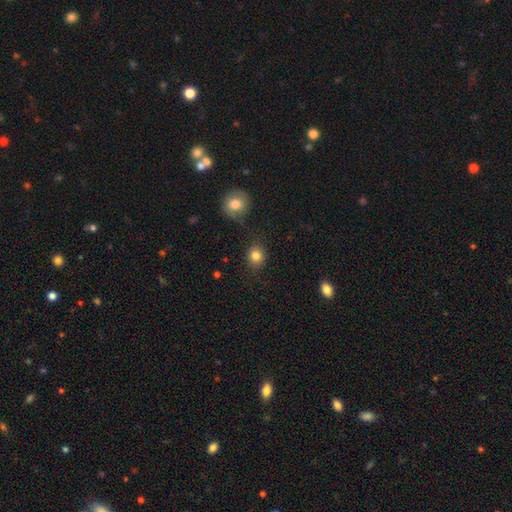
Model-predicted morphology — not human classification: This appears to be a smooth galaxy with no disk features (83%) that is round (78%). Merging: none (83%).